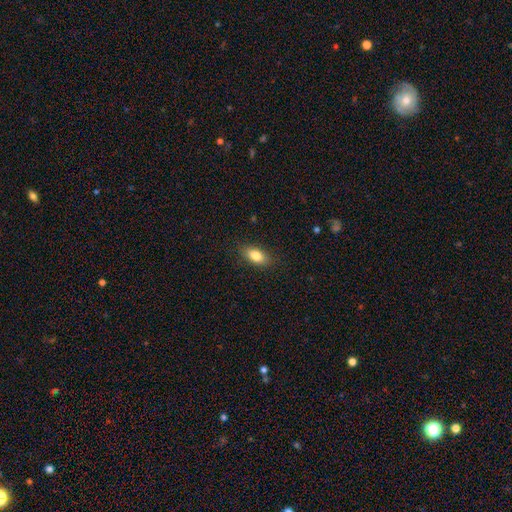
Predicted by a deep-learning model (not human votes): Smooth or featured: smooth — 82% (featured or disk — 10%)
How rounded: in between — 86% (cigar-shaped — 8%)
Merging: none — 87% (minor disturbance — 10%)